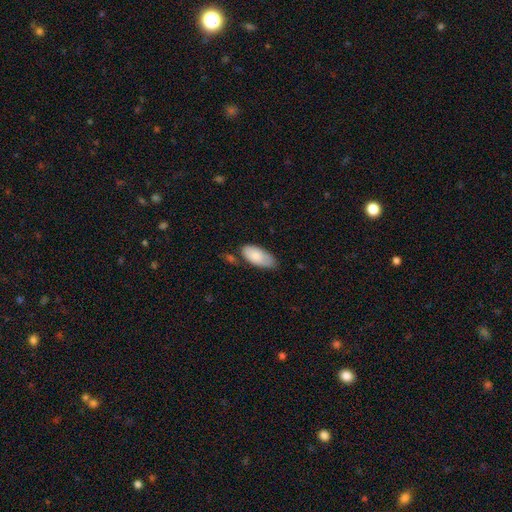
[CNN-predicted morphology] Overall: smooth (84%). How rounded: in between (91%). Merging: none (61%; minor disturbance 28%).